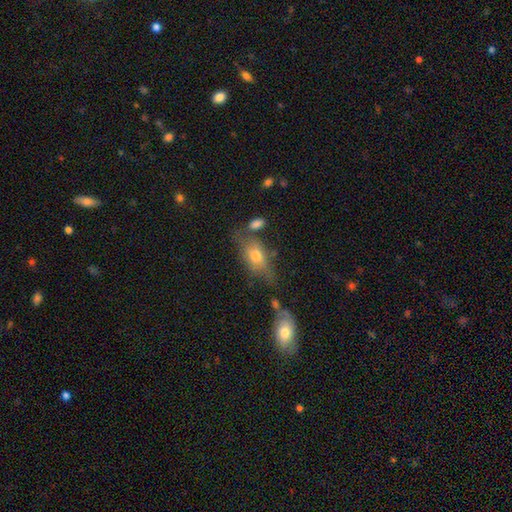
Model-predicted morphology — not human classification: The model was most divided on "merging": none: 51%, minor disturbance: 25%, merger: 13%, major disturbance: 12%. More confident: how rounded — in between (81%); smooth or featured — smooth (63%).